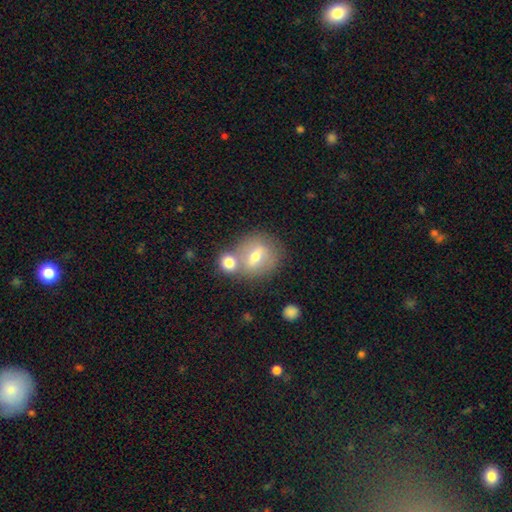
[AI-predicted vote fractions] A smooth galaxy with no disk features (50%) that is round (73%). Merging: none (57%).